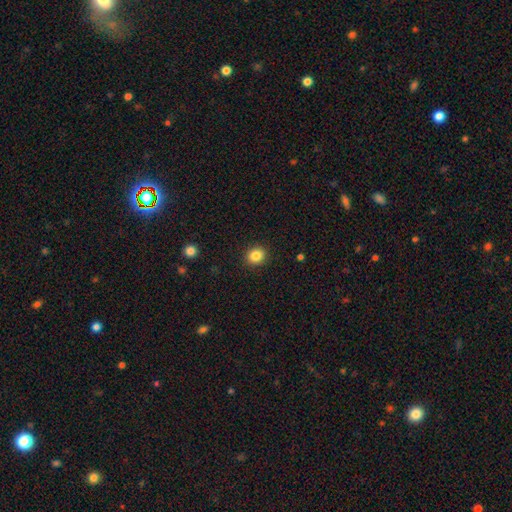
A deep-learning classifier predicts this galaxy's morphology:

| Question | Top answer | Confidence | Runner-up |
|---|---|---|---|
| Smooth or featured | smooth | 85% | star or artifact (10%) |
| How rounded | round | 78% | in between (21%) |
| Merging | none | 91% | minor disturbance (6%) |